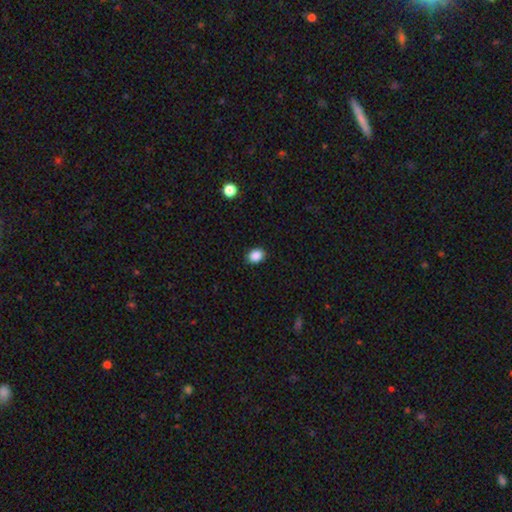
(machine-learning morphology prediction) smooth-or-featured: smooth: 88% | star or artifact: 9% | featured or disk: 3%
  how-rounded: in between: 55% | round: 44% | cigar-shaped: 1%
  merging: none: 90% | minor disturbance: 7% | major disturbance: 2% | merger: 1%